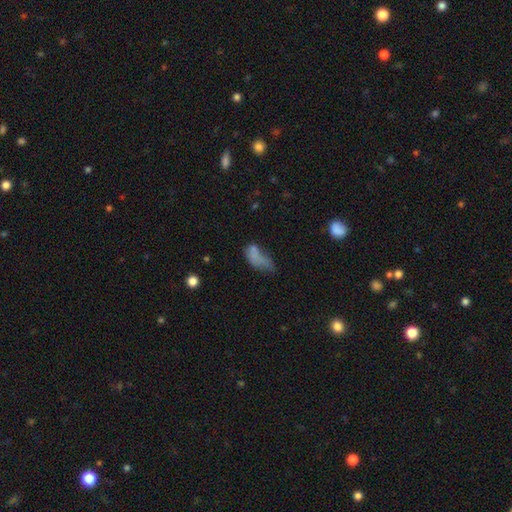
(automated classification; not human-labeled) The model was most divided on "merging": major disturbance: 35%, none: 24%, minor disturbance: 24%, merger: 17%. More confident: how rounded — in between (86%); smooth or featured — smooth (64%).